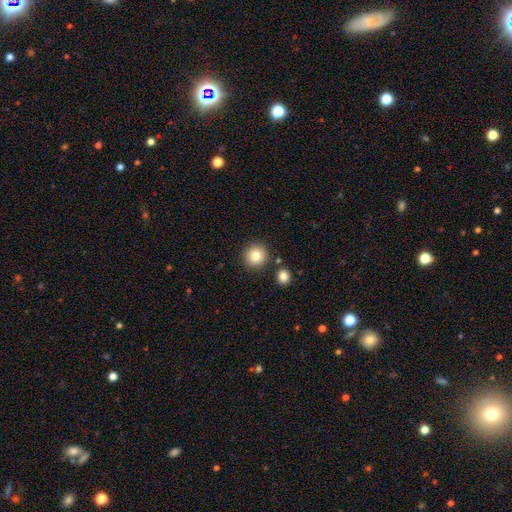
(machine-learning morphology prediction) Smooth or featured?
  - smooth: 82% *
  - star or artifact: 10%
  - featured or disk: 8%
How rounded?
  - round: 94% *
  - in between: 5%
  - cigar-shaped: 1%
Merging?
  - none: 86% *
  - minor disturbance: 6%
  - merger: 5%
  - major disturbance: 2%